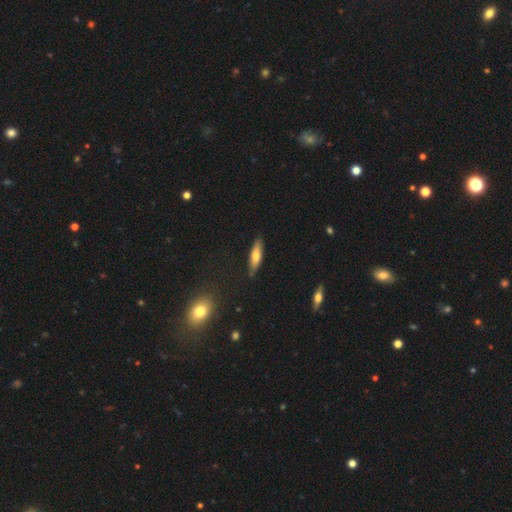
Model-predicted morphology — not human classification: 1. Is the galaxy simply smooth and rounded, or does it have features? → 66% smooth, 27% featured or disk, 7% star or artifact.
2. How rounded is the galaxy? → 62% cigar-shaped, 36% in between, 2% round.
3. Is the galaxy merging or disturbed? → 83% none, 13% minor disturbance, 2% major disturbance, 1% merger.